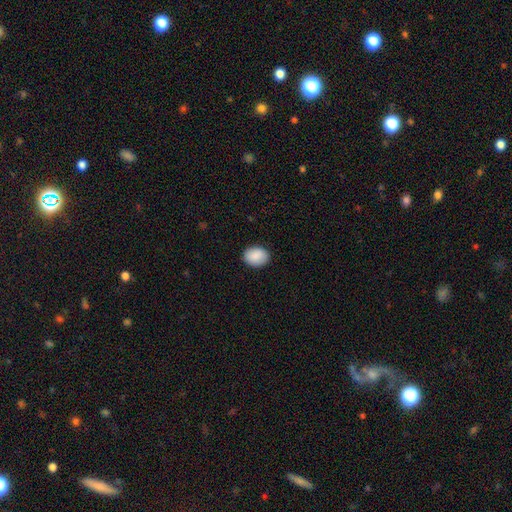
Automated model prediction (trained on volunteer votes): This appears to be a smooth galaxy with no disk features (90%) that is in between round and cigar-shaped (65%). Merging: none (88%).